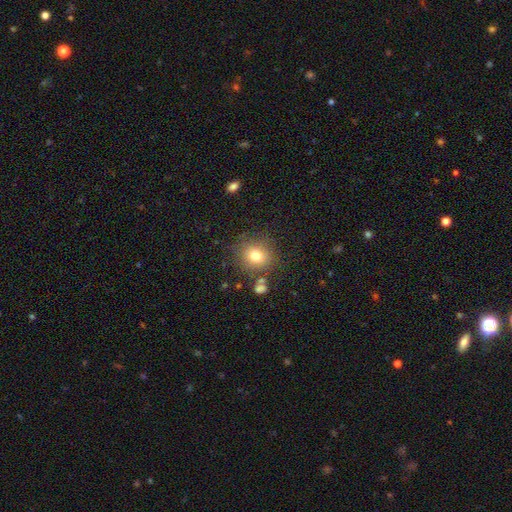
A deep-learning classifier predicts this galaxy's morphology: Smooth or featured: smooth — 76% (star or artifact — 14%)
How rounded: round — 82% (in between — 17%)
Merging: none — 80% (minor disturbance — 11%)